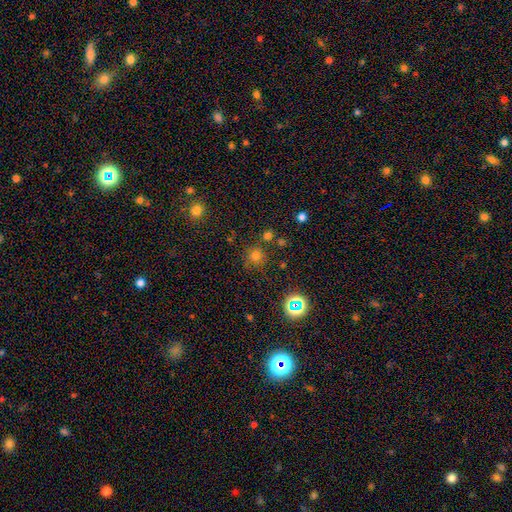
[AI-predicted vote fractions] smooth_or_featured: smooth (p=0.67) [alt: star or artifact p=0.26]
how_rounded: round (p=0.93) [alt: in between p=0.06]
merging: none (p=0.79) [alt: minor disturbance p=0.10]